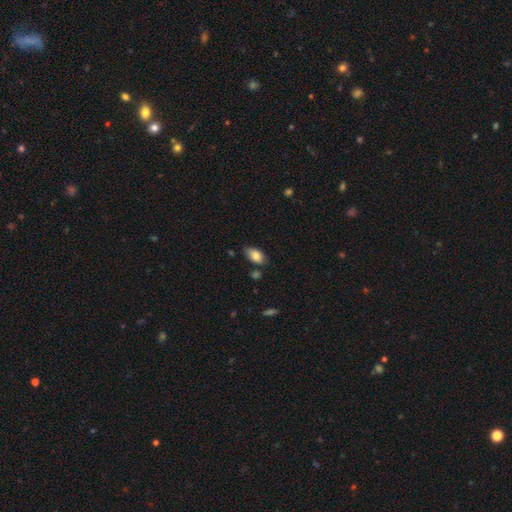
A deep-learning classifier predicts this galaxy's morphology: This is clearly a smooth galaxy (81%). How rounded: clearly in between (93%). Merging: likely none (77%).